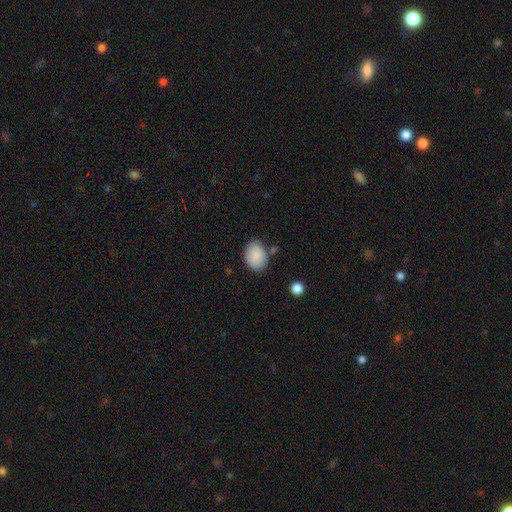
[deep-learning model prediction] This appears to be a smooth galaxy with no disk features (89%) that is in between round and cigar-shaped (69%). Merging: none (74%).